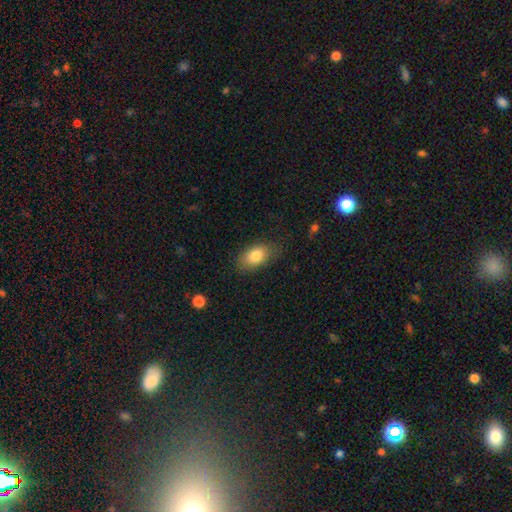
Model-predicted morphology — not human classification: smooth-or-featured: smooth: 83% | featured or disk: 10% | star or artifact: 7%
  how-rounded: in between: 91% | round: 7% | cigar-shaped: 3%
  merging: none: 77% | minor disturbance: 17% | major disturbance: 5% | merger: 1%